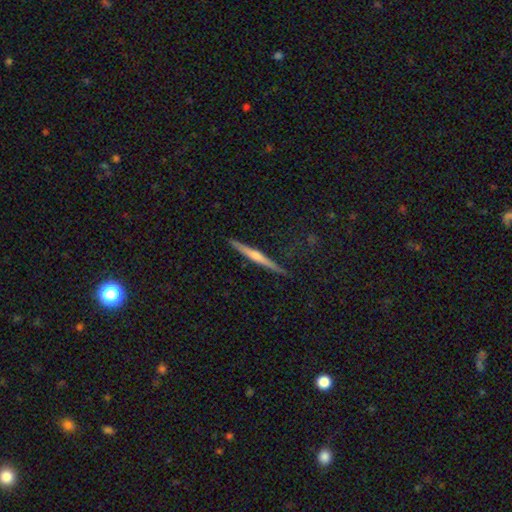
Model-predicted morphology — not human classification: featured or disk 63%, smooth 30%, star or artifact 7%. Down the decision tree: edge-on disk — yes (98%); edge-on bulge — rounded (70%); merging — none (89%).